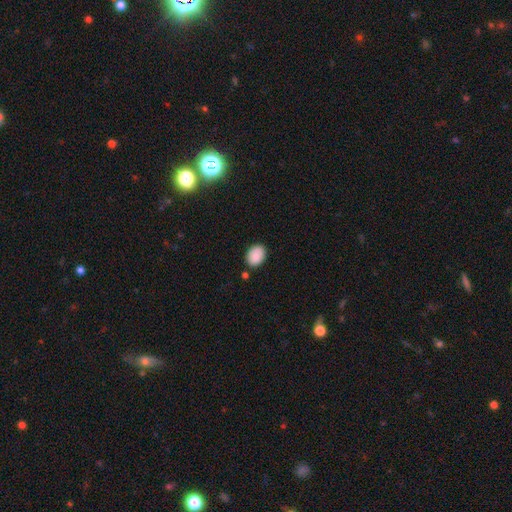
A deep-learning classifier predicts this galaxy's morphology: type=smooth (87%); roundness=in between (76%); merging=none (79%).